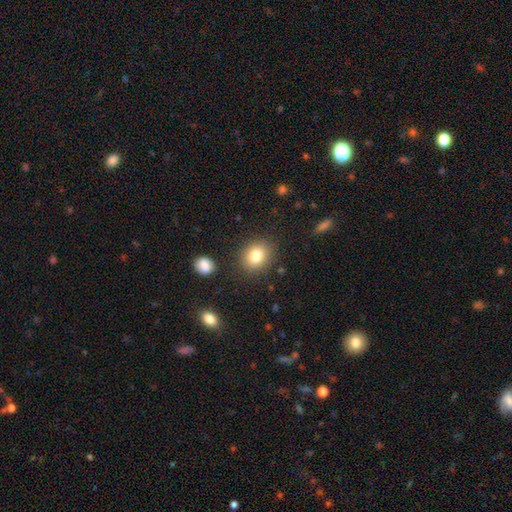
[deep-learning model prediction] smooth 81%, star or artifact 10%, featured or disk 8%. Down the decision tree: how rounded — round (64%); merging — none (85%).